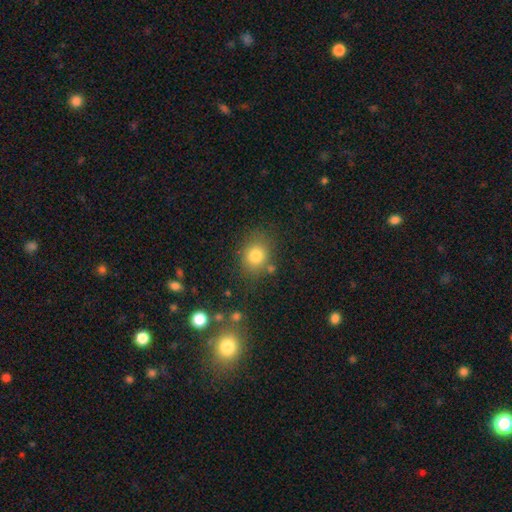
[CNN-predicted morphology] Smooth or featured? smooth (81%)
How rounded? round (65%)
Merging? none (77%)